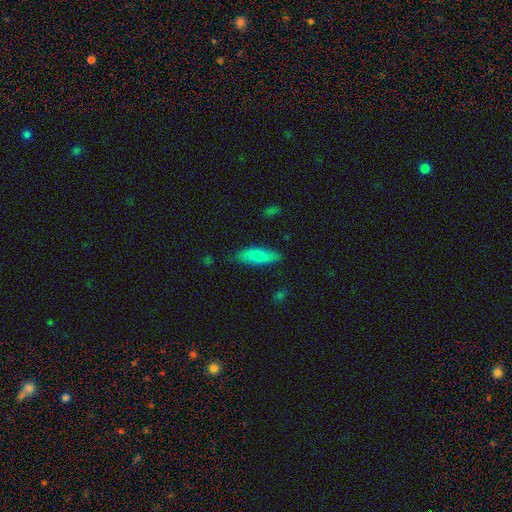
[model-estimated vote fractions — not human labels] Smooth or featured: smooth — 79% (featured or disk — 15%)
How rounded: in between — 55% (cigar-shaped — 43%)
Merging: none — 80% (minor disturbance — 16%)